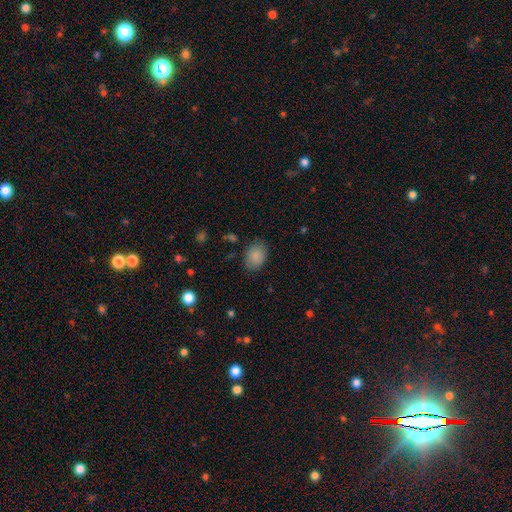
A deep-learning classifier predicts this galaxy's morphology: Q: Smooth or featured?
A: smooth (87%); runner-up: star or artifact (8%)
Q: How rounded?
A: in between (72%); runner-up: round (27%)
Q: Merging?
A: none (81%); runner-up: minor disturbance (14%)